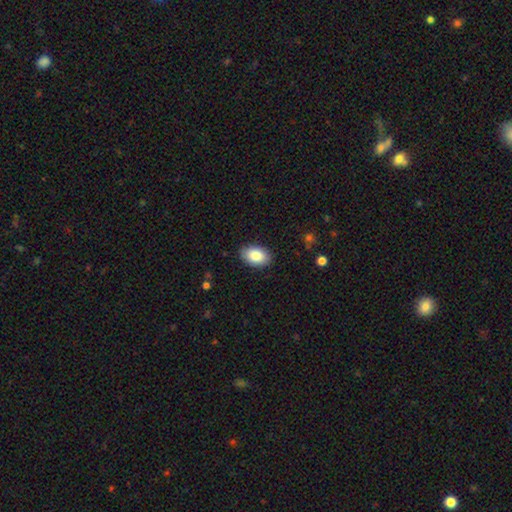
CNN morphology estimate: type=smooth (86%); roundness=in between (91%); merging=none (87%).